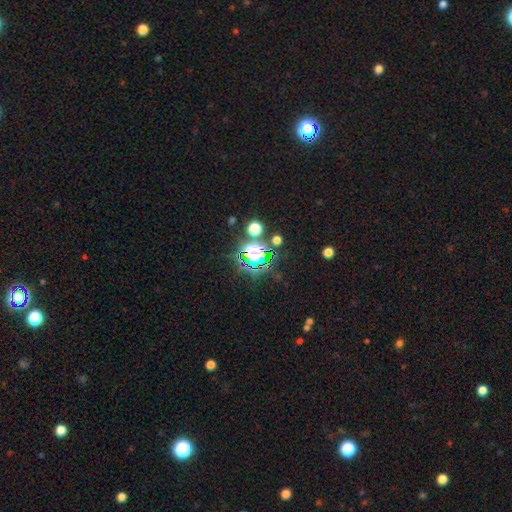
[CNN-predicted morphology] This is likely a star or artifact rather than a galaxy (66%).